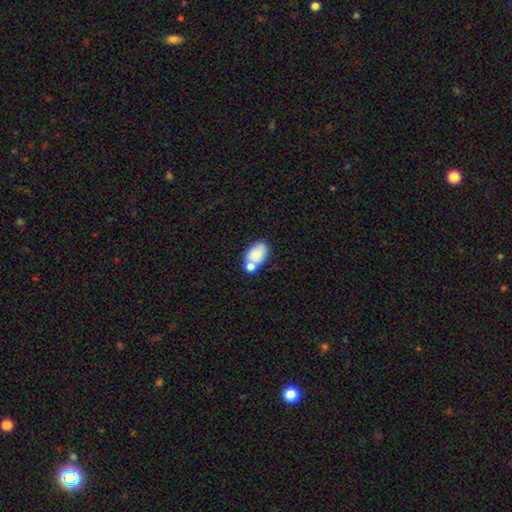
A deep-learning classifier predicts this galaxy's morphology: The model was most divided on "merging": none: 48%, merger: 31%, minor disturbance: 16%, major disturbance: 5%. More confident: how rounded — in between (87%); smooth or featured — smooth (81%).